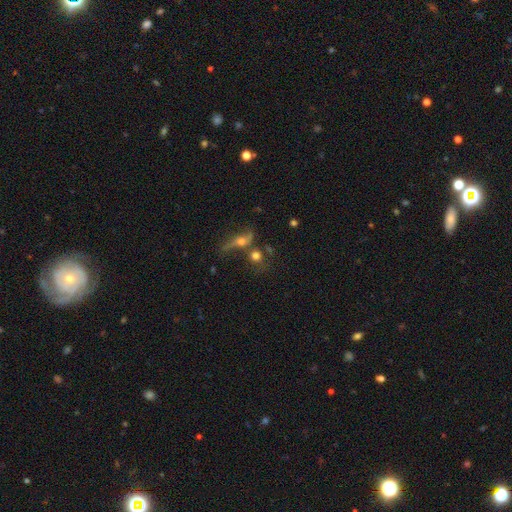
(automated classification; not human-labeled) smooth_or_featured: smooth (p=0.54) [alt: featured or disk p=0.32]
how_rounded: round (p=0.74) [alt: in between p=0.20]
merging: none (p=0.46) [alt: merger p=0.29]